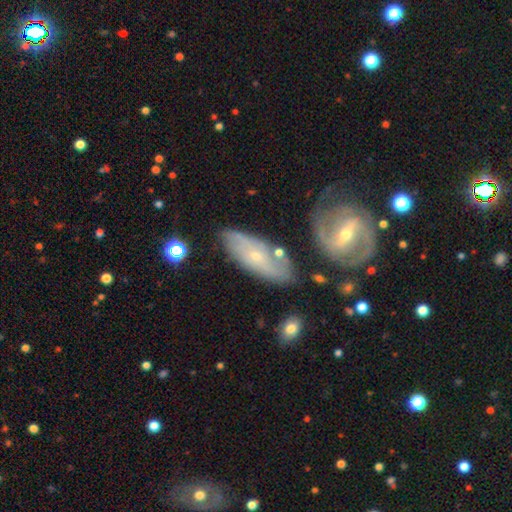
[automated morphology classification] A featured or disk galaxy (60%).

Vote fractions:
- Smooth or featured? featured or disk: 60% / smooth: 32% / star or artifact: 8%
- Edge-on disk? no: 82% / yes: 18%
- Merging? none: 69% / minor disturbance: 19% / merger: 7% / major disturbance: 5%